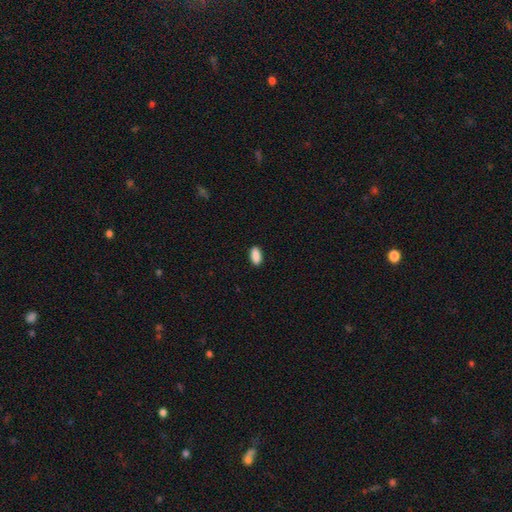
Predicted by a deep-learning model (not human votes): Smooth or featured? Predicted: smooth (p=0.90). How rounded? Predicted: in between (p=0.85). Merging? Predicted: none (p=0.89).